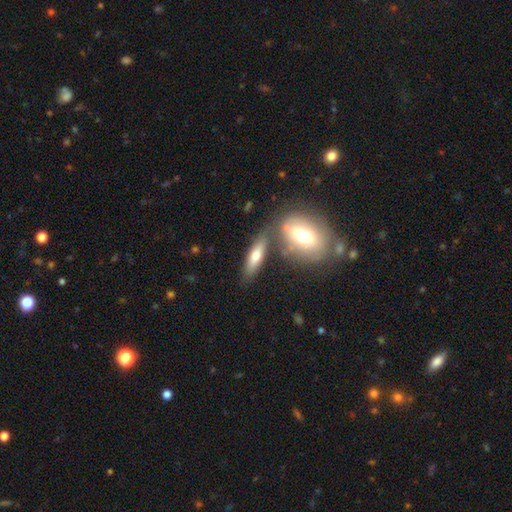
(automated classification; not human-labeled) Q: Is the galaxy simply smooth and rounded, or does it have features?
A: smooth — 62%.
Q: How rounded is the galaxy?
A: cigar-shaped — 49%.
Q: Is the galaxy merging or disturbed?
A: none — 64%.